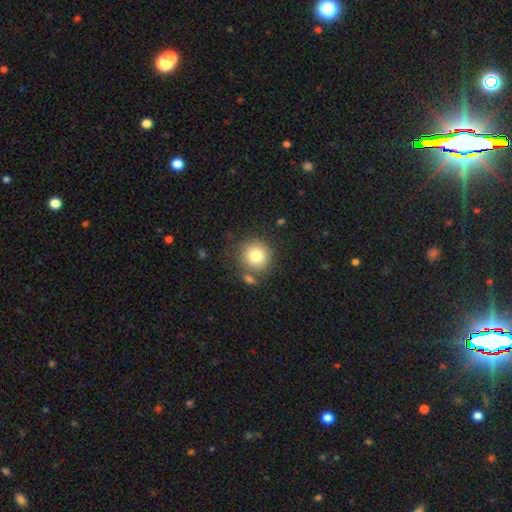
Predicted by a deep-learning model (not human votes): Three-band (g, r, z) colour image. It shows a smooth galaxy with no disk features (79%) that is round (92%). Merging: none (72%).